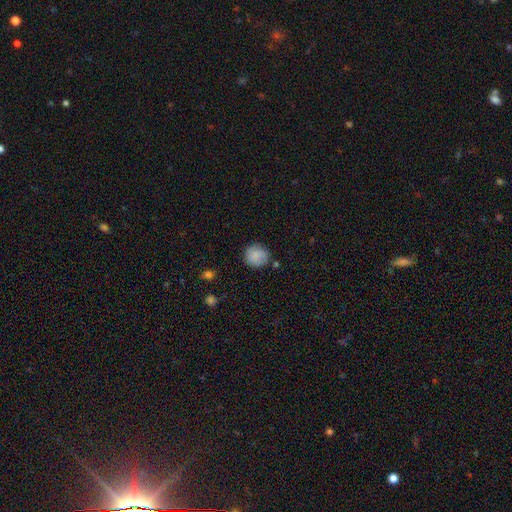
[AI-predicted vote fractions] A smooth galaxy with no disk features (84%) that is round (87%).

Vote fractions:
- Smooth or featured? smooth: 84% / featured or disk: 8% / star or artifact: 8%
- How rounded? round: 87% / in between: 12% / cigar-shaped: 1%
- Merging? none: 78% / minor disturbance: 15% / major disturbance: 3% / merger: 3%